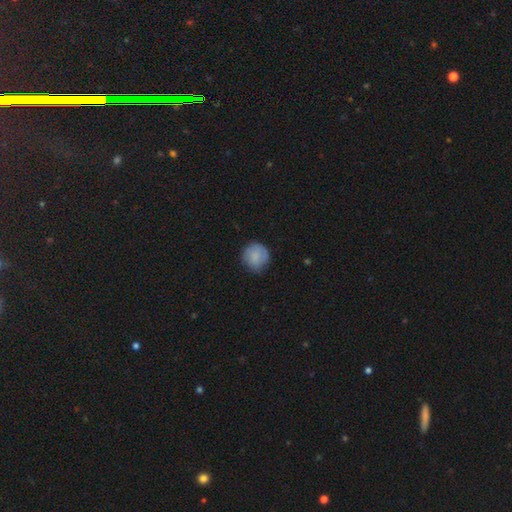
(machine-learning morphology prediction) Smooth or featured: smooth — 83% (featured or disk — 9%)
How rounded: round — 90% (in between — 9%)
Merging: none — 77% (minor disturbance — 18%)